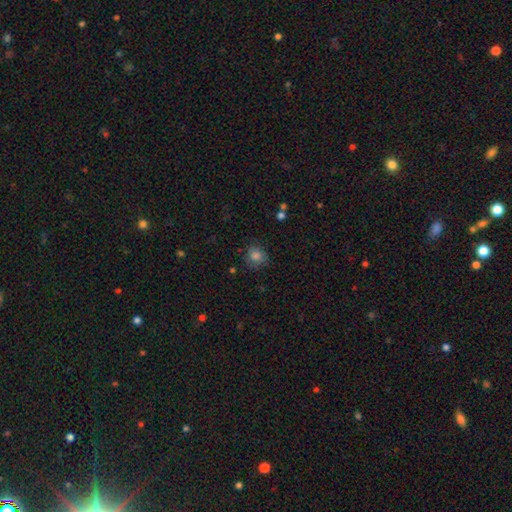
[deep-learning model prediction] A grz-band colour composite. It shows a smooth galaxy with no disk features (82%) that is round (82%). Merging: none (77%).